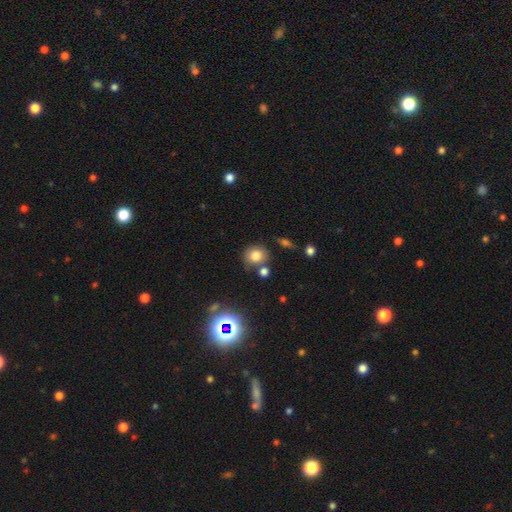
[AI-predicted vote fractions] Smooth or featured? Predicted: smooth (p=0.76). How rounded? Predicted: round (p=0.81). Merging? Predicted: none (p=0.69).